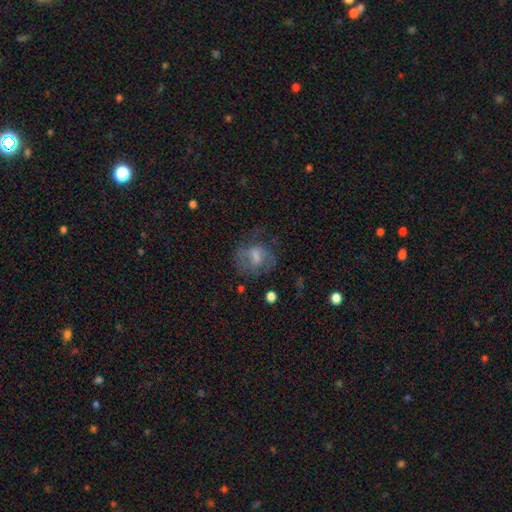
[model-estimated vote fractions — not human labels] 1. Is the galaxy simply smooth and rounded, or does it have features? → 45% featured or disk, 44% smooth, 11% star or artifact.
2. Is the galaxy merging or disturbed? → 49% none, 25% major disturbance, 23% minor disturbance, 3% merger.